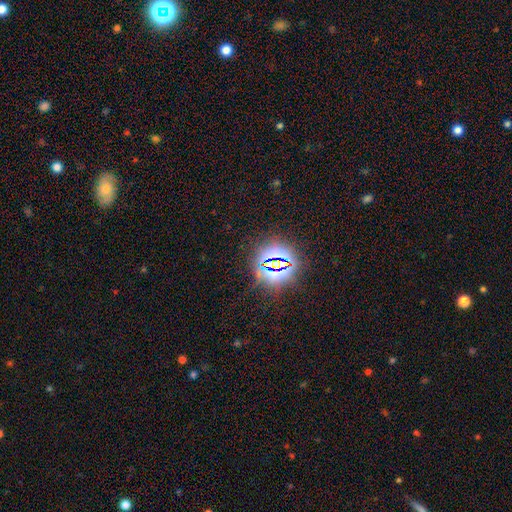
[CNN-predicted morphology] Smooth or featured: star or artifact — 78% (smooth — 14%)